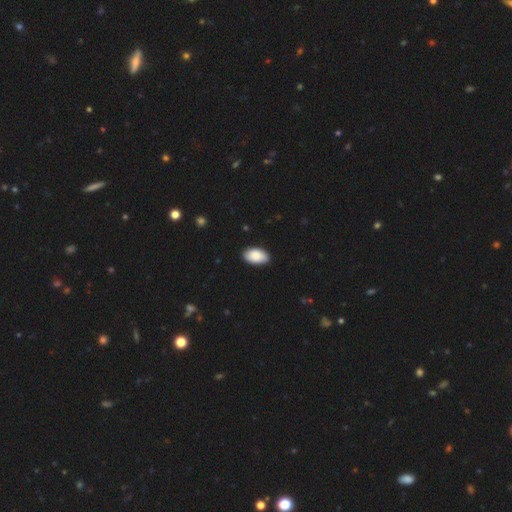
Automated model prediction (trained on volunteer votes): Smooth or featured: smooth — 89% (star or artifact — 6%)
How rounded: in between — 95% (round — 3%)
Merging: none — 88% (minor disturbance — 10%)